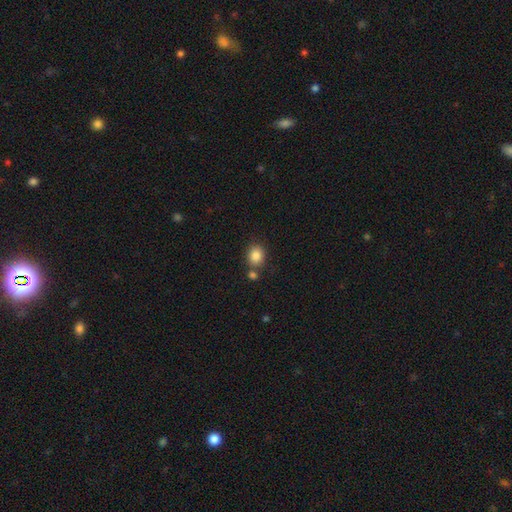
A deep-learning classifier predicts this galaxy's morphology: smooth_or_featured: smooth (p=0.85) [alt: star or artifact p=0.09]
how_rounded: round (p=0.64) [alt: in between p=0.35]
merging: none (p=0.68) [alt: merger p=0.18]